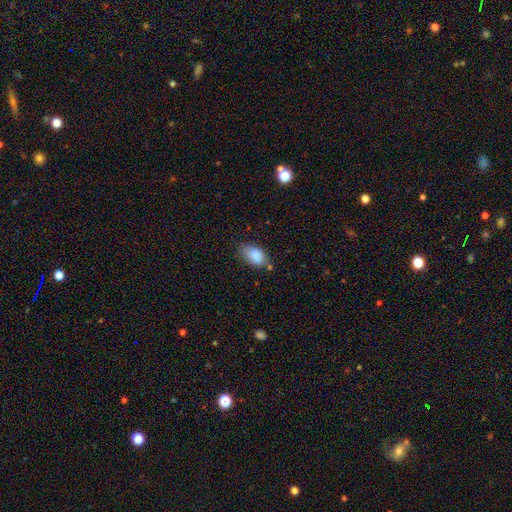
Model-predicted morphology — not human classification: smooth-or-featured: smooth: 86% | star or artifact: 8% | featured or disk: 6%
  how-rounded: in between: 90% | round: 8% | cigar-shaped: 2%
  merging: none: 58% | minor disturbance: 31% | major disturbance: 6% | merger: 5%